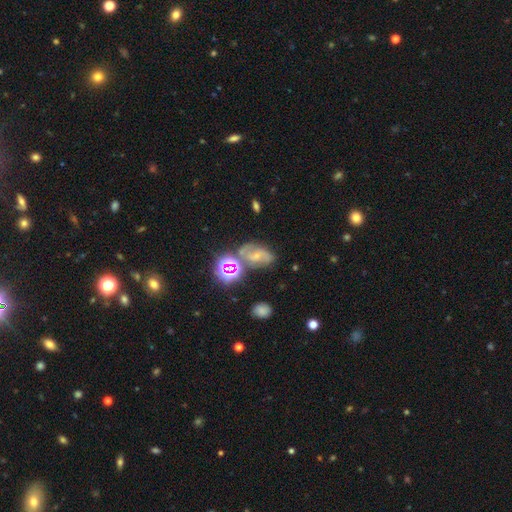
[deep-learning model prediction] A featured or disk galaxy (44%).

Vote fractions:
- Smooth or featured? featured or disk: 44% / smooth: 29% / star or artifact: 27%
- Merging? none: 53% / minor disturbance: 21% / merger: 16% / major disturbance: 10%